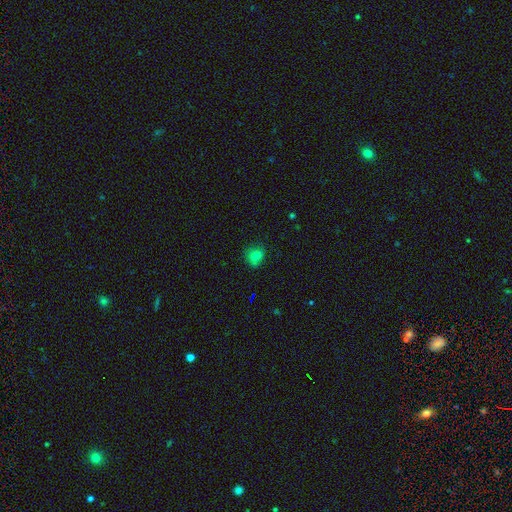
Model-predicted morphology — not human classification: Smooth or featured: smooth — 75% (star or artifact — 16%)
How rounded: round — 68% (in between — 30%)
Merging: none — 73% (minor disturbance — 19%)